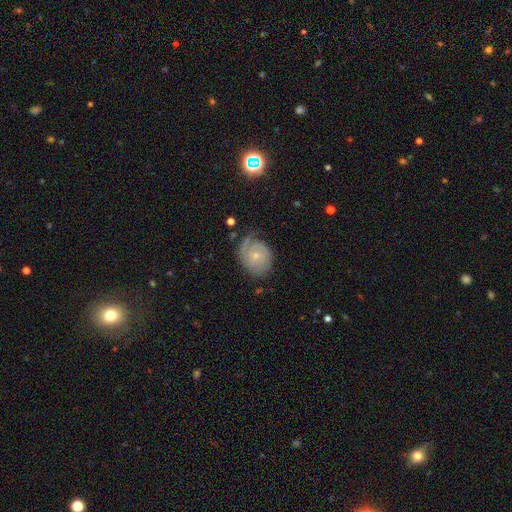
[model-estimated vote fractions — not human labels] featured or disk 73%, smooth 20%, star or artifact 7%. Down the decision tree: edge-on disk — no (97%); bar — no (75%); spiral arms — yes (91%); spiral arm count — 2 (36%); spiral winding — tight (67%); bulge size — small (66%); merging — none (64%).